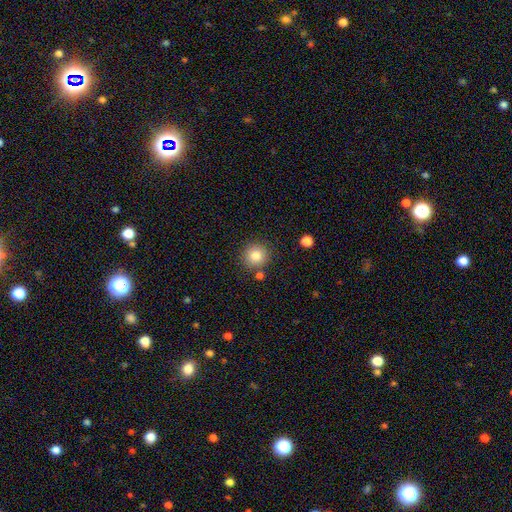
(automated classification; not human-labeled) Smooth or featured? smooth (83%)
How rounded? round (91%)
Merging? none (83%)